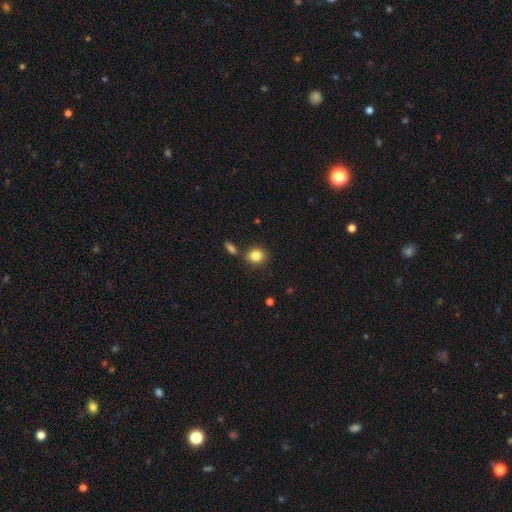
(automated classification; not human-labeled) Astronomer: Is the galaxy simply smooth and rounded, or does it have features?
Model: smooth — 85%.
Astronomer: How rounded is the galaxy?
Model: round — 79%.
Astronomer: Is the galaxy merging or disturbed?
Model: none — 79%.